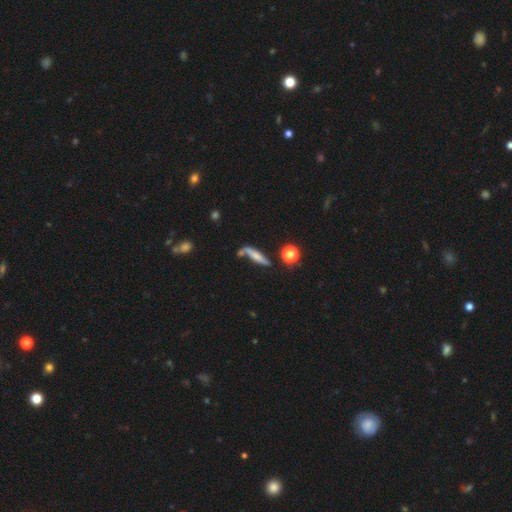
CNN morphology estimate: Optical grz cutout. It shows a smooth galaxy with no disk features (55%) that is cigar-shaped (82%). Merging: none (60%).